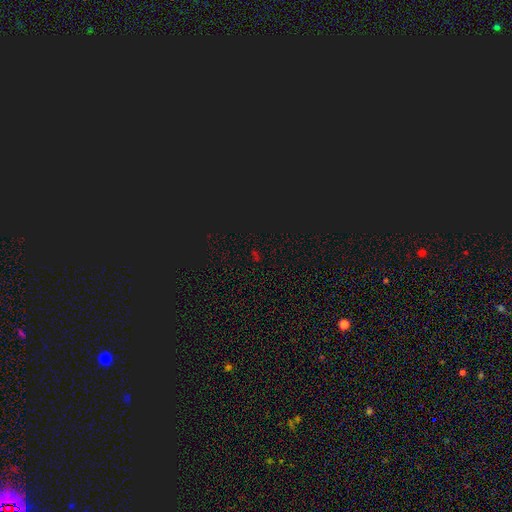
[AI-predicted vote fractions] smooth_or_featured: star or artifact (p=0.71) [alt: smooth p=0.21]